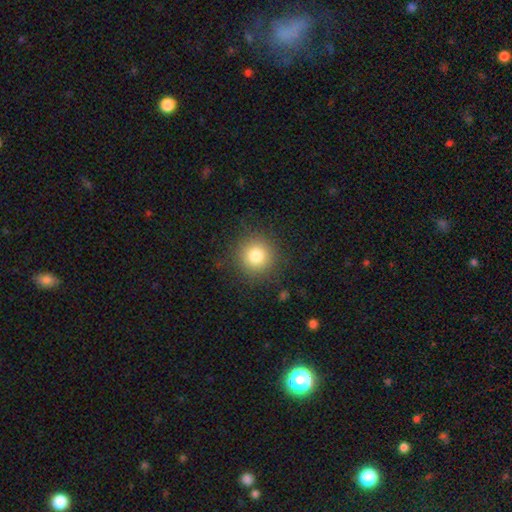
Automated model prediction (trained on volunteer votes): smooth-or-featured: smooth: 80% | star or artifact: 12% | featured or disk: 8%
  how-rounded: round: 94% | in between: 5% | cigar-shaped: 1%
  merging: none: 87% | minor disturbance: 8% | major disturbance: 3% | merger: 1%